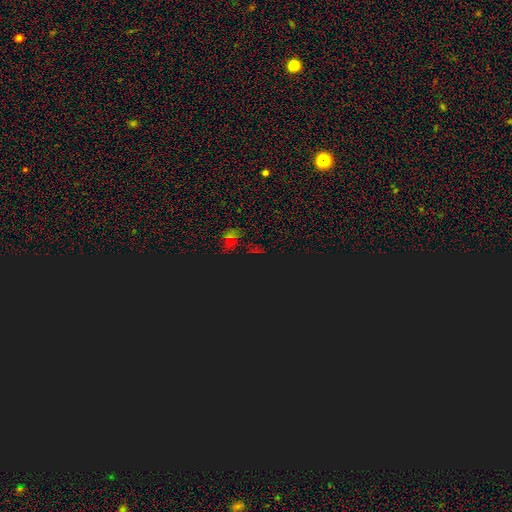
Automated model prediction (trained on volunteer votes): This appears to be a star or artifact, not a galaxy (81%).